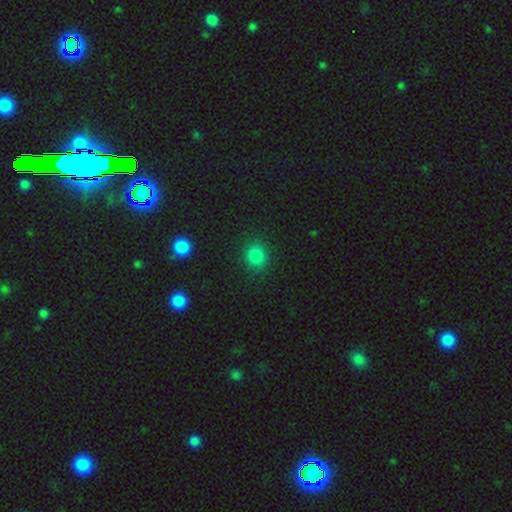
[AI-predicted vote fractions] Smooth or featured? smooth (83%)
How rounded? round (81%)
Merging? none (89%)